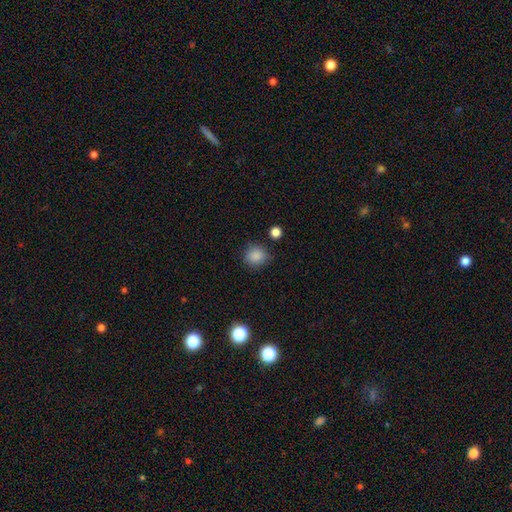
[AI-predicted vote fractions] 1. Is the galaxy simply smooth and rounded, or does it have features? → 87% smooth, 10% star or artifact, 3% featured or disk.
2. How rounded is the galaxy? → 88% round, 12% in between, 1% cigar-shaped.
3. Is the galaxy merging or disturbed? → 82% none, 11% minor disturbance, 3% major disturbance, 3% merger.